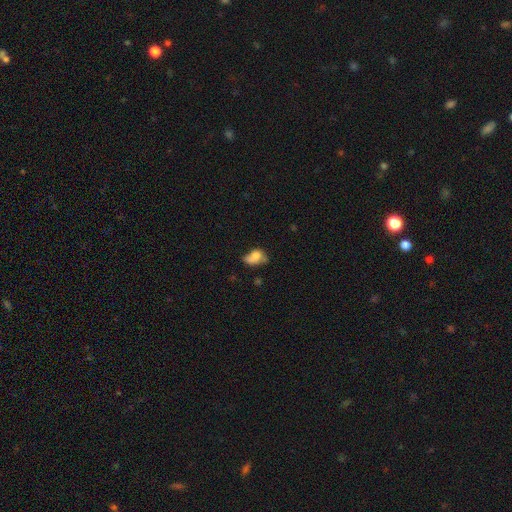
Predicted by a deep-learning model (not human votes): This appears to be a smooth galaxy with no disk features (62%) that is in between round and cigar-shaped (72%). Merging: minor disturbance (30%).